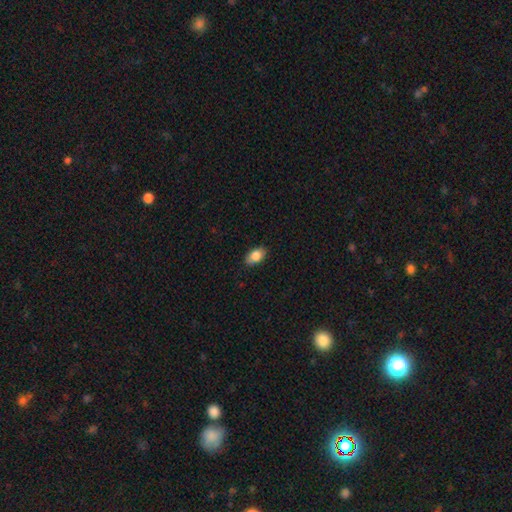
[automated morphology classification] This appears to be a smooth galaxy with no disk features (84%) that is in between round and cigar-shaped (89%). Merging: none (85%).